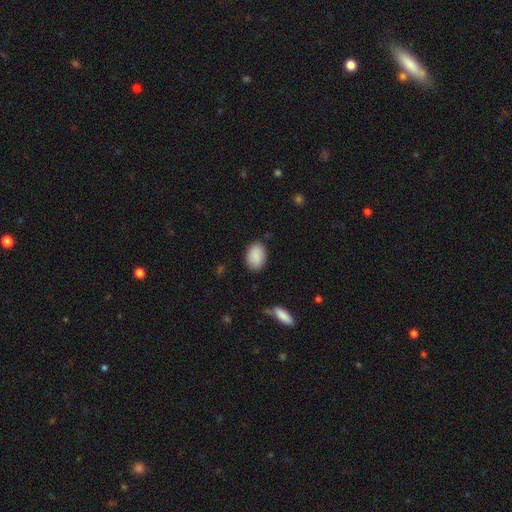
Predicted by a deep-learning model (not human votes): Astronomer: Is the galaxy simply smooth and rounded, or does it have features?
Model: smooth — 89%.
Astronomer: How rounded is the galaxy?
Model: in between — 84%.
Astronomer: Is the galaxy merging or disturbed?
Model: none — 84%.